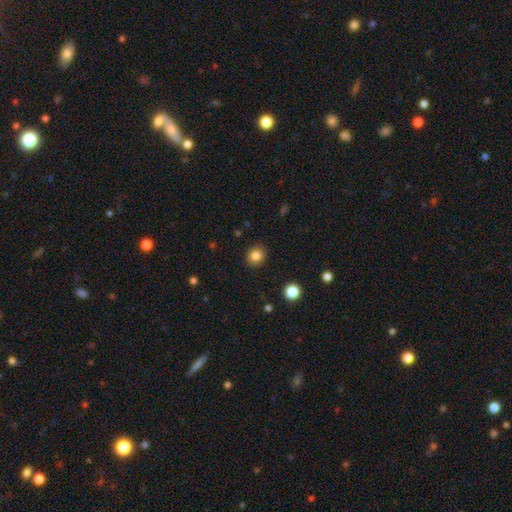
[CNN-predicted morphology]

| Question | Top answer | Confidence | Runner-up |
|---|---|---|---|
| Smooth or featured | smooth | 83% | star or artifact (11%) |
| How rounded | round | 77% | in between (22%) |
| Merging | none | 90% | minor disturbance (6%) |